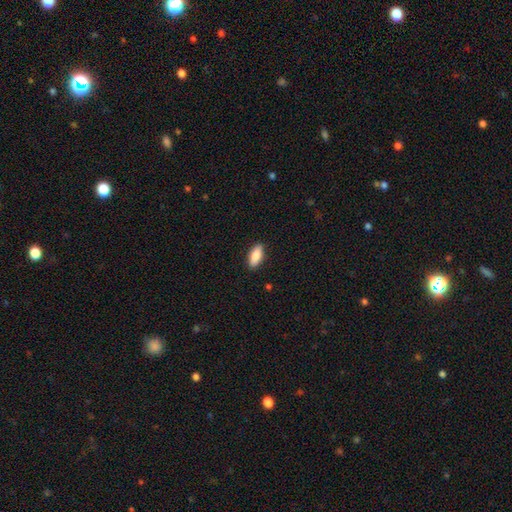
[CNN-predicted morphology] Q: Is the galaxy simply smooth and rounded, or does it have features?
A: smooth — 86%.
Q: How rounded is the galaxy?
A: in between — 80%.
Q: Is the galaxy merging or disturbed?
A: none — 89%.